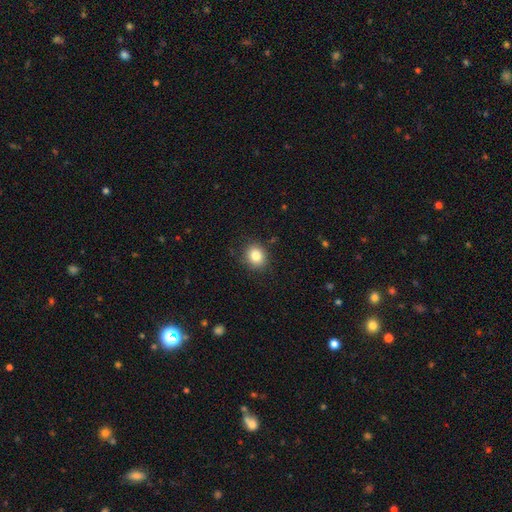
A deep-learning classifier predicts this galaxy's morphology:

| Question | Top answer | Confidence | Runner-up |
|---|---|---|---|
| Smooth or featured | smooth | 83% | star or artifact (10%) |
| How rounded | round | 72% | in between (27%) |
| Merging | none | 87% | minor disturbance (10%) |